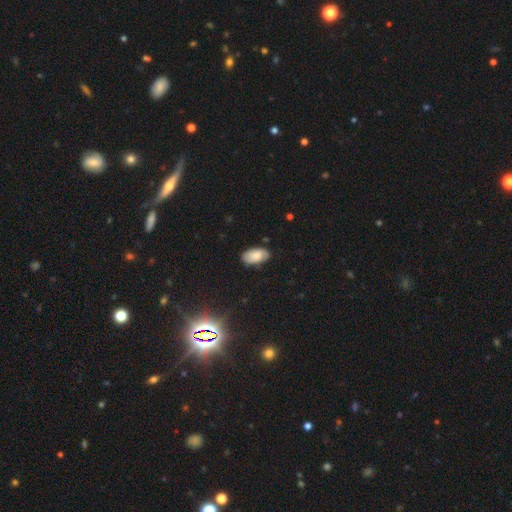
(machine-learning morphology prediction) This appears to be a smooth galaxy with no disk features (73%) that is in between round and cigar-shaped (95%). Merging: none (79%).